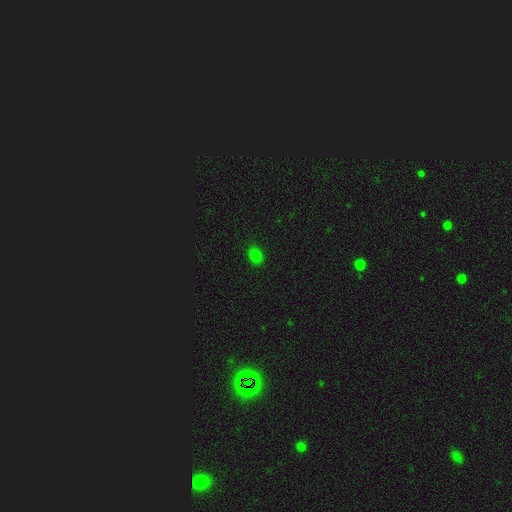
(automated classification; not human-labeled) This is likely a smooth galaxy (77%). How rounded: possibly in between (58%). Merging: clearly none (87%).